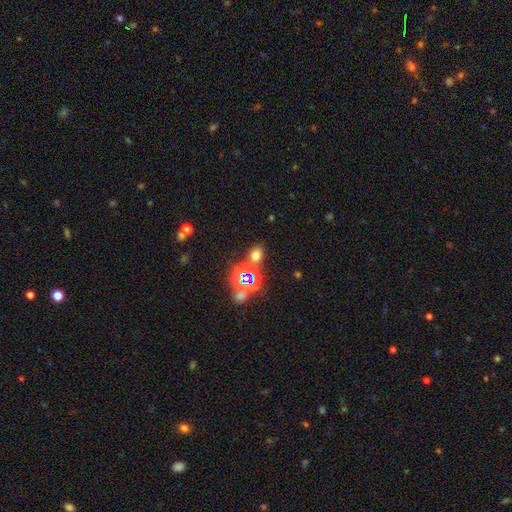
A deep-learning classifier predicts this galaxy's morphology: Smooth or featured: smooth — 57% (star or artifact — 35%)
How rounded: in between — 51% (round — 47%)
Merging: none — 76% (minor disturbance — 10%)